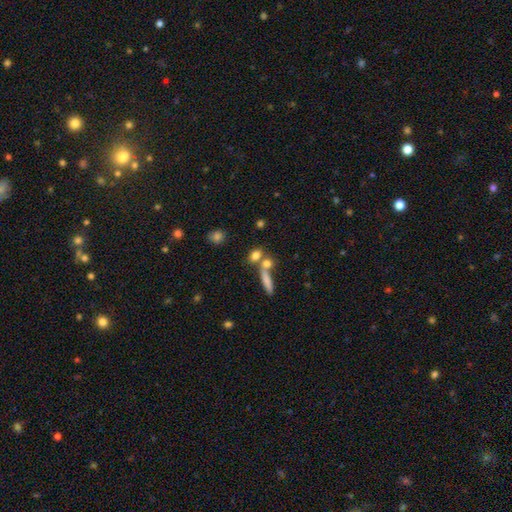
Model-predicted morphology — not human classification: Q: Smooth or featured?
A: smooth (74%); runner-up: featured or disk (14%)
Q: How rounded?
A: in between (41%); runner-up: round (38%)
Q: Merging?
A: none (51%); runner-up: merger (34%)